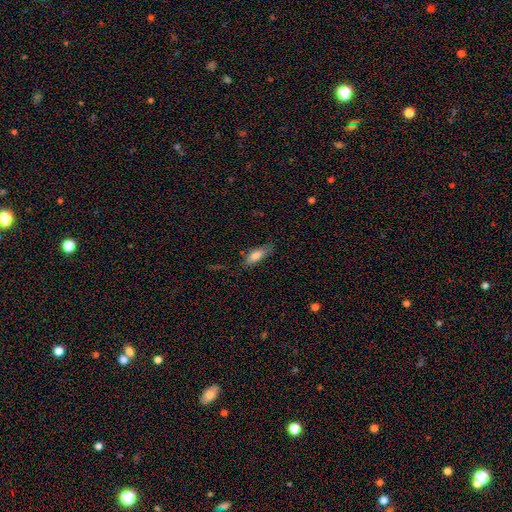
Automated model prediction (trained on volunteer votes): smooth-or-featured: smooth: 78% | featured or disk: 15% | star or artifact: 7%
  how-rounded: in between: 63% | cigar-shaped: 35% | round: 2%
  merging: none: 70% | minor disturbance: 22% | major disturbance: 6% | merger: 2%